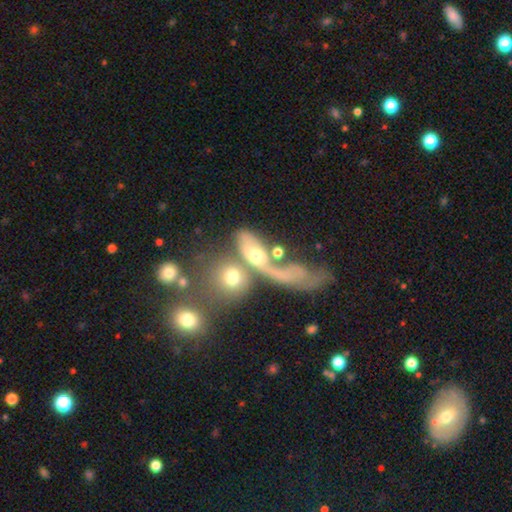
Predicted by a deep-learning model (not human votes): Smooth or featured? Predicted: smooth (p=0.45). Merging? Predicted: merger (p=0.51).